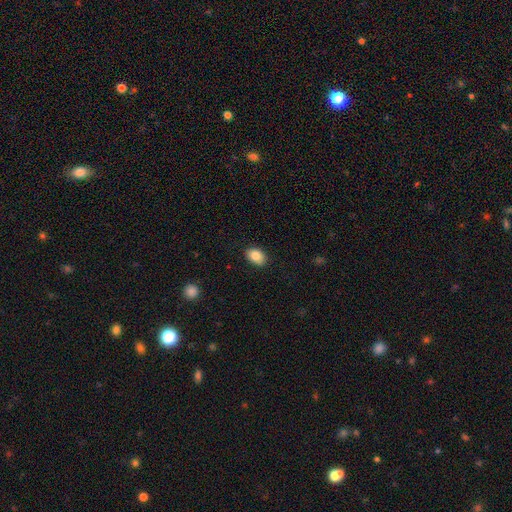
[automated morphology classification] Smooth or featured? Predicted: smooth (p=0.85). How rounded? Predicted: in between (p=0.85). Merging? Predicted: none (p=0.87).